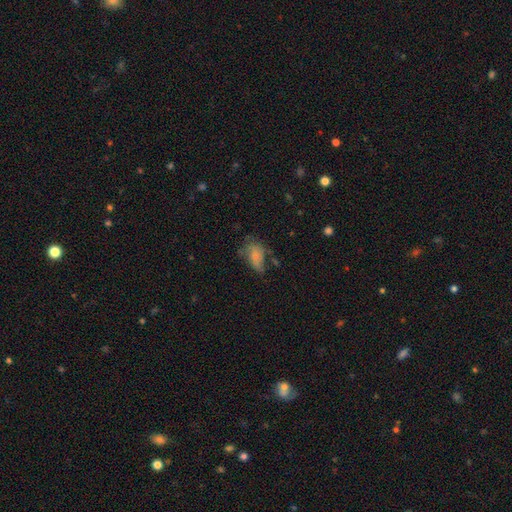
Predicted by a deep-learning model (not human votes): This is likely a smooth galaxy (65%). How rounded: clearly in between (88%). Merging: marginally major disturbance (34%).